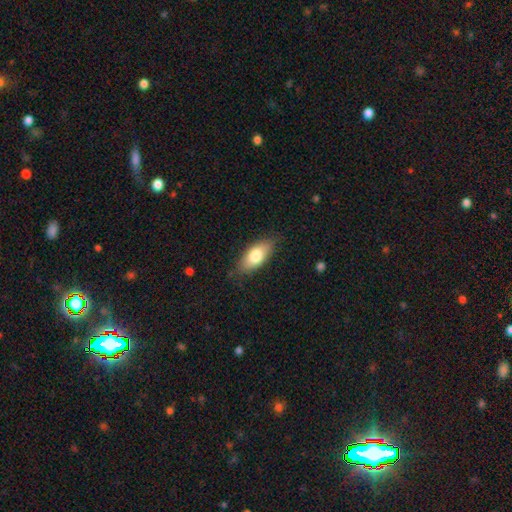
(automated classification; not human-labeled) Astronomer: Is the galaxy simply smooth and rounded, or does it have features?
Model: smooth — 77%.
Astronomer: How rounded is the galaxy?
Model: in between — 86%.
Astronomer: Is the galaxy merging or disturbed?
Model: none — 81%.